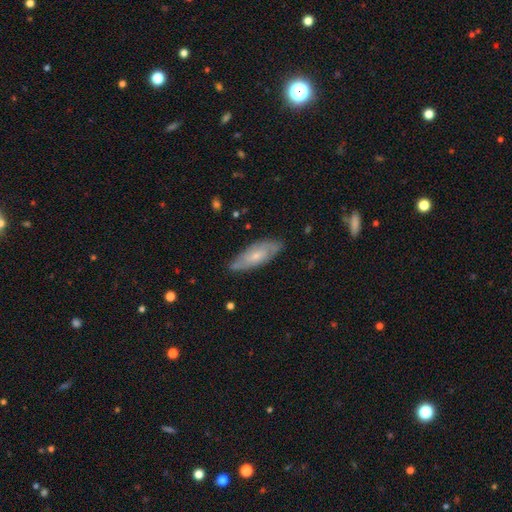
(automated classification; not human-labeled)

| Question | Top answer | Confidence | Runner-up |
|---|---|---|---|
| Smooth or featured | featured or disk | 50% | smooth (43%) |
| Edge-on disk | no | 79% | yes (21%) |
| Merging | none | 76% | minor disturbance (19%) |